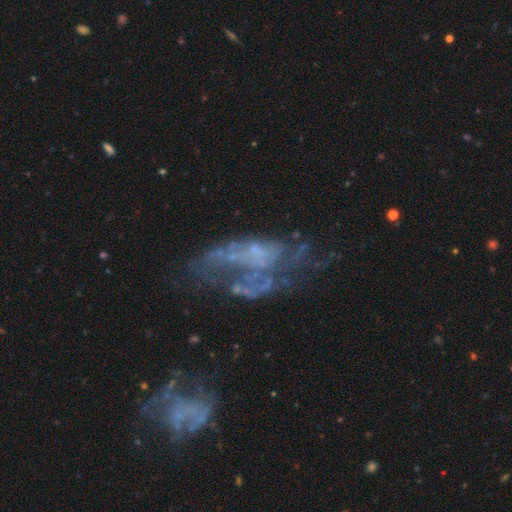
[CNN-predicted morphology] Smooth or featured? featured or disk (69%)
Edge-on disk? no (96%)
Bar? no (84%)
Spiral arms? no (73%)
Bulge size? none (68%)
Merging? major disturbance (47%)